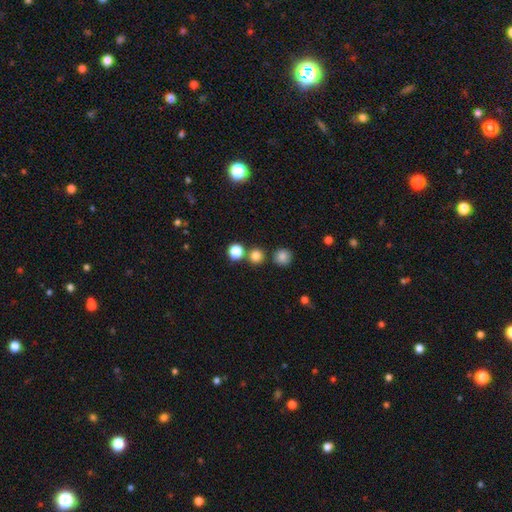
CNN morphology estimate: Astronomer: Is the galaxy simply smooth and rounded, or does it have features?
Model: smooth — 79%.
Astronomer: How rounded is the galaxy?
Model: round — 90%.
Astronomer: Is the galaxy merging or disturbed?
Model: none — 76%.